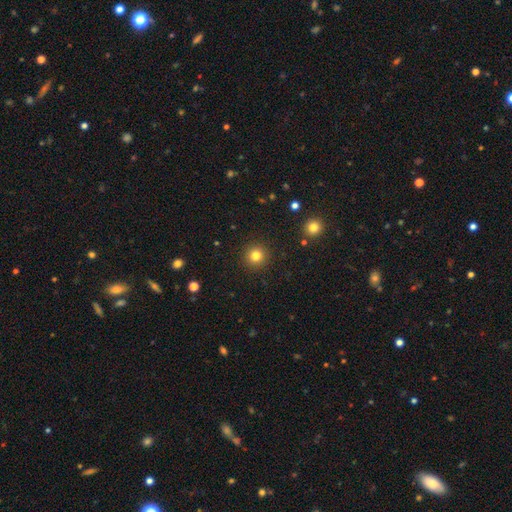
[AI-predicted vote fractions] Smooth or featured: smooth — 81% (star or artifact — 13%)
How rounded: round — 95% (in between — 4%)
Merging: none — 92% (minor disturbance — 5%)